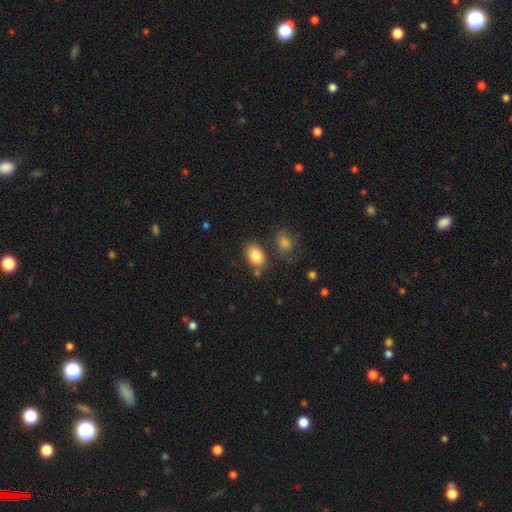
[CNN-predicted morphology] smooth 85%, star or artifact 8%, featured or disk 7%. Down the decision tree: how rounded — in between (85%); merging — none (71%).